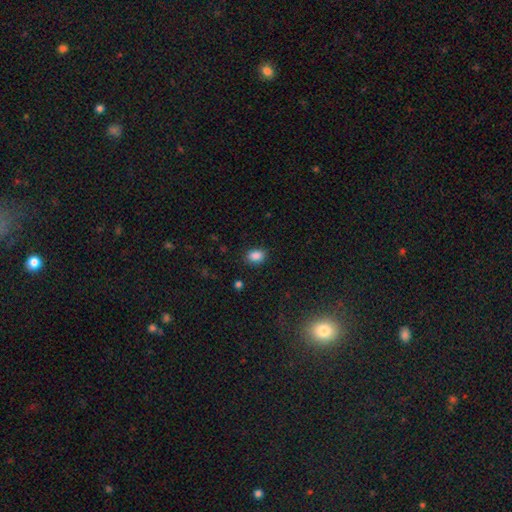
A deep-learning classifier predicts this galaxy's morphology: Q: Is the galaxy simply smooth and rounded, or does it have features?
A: smooth — 87%.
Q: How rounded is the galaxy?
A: in between — 68%.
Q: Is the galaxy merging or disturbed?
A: none — 86%.